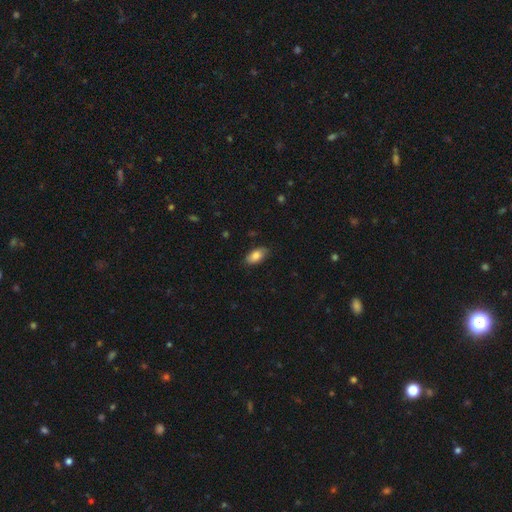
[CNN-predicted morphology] A smooth galaxy with no disk features (83%) that is in between round and cigar-shaped (92%).

Vote fractions:
- Smooth or featured? smooth: 83% / featured or disk: 10% / star or artifact: 7%
- How rounded? in between: 92% / cigar-shaped: 4% / round: 3%
- Merging? none: 83% / minor disturbance: 13% / major disturbance: 3% / merger: 1%